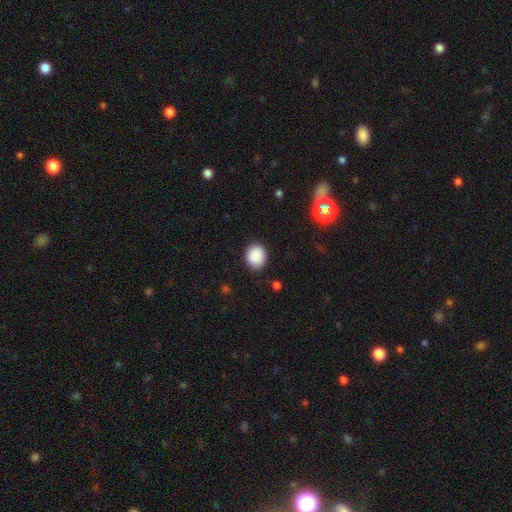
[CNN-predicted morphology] Smooth or featured?
  - smooth: 89% *
  - star or artifact: 8%
  - featured or disk: 3%
How rounded?
  - round: 68% *
  - in between: 32%
  - cigar-shaped: 1%
Merging?
  - none: 86% *
  - minor disturbance: 10%
  - major disturbance: 3%
  - merger: 1%